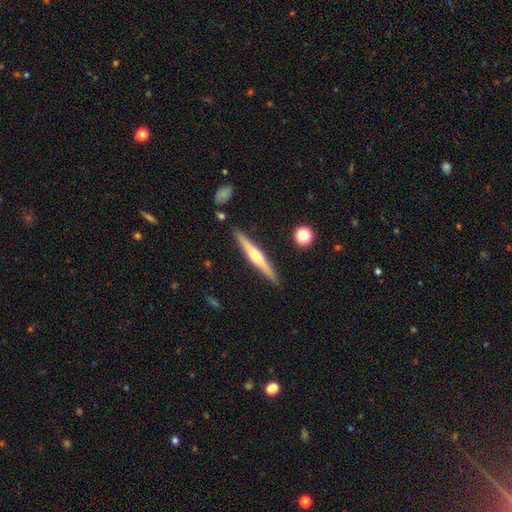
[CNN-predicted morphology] A featured or disk galaxy (65%) viewed edge-on (98%) with a rounded central bulge (81%).

Vote fractions:
- Smooth or featured? featured or disk: 65% / smooth: 29% / star or artifact: 6%
- Edge-on disk? yes: 98% / no: 2%
- Edge-on bulge? rounded: 81% / boxy: 10% / none: 9%
- Merging? none: 89% / minor disturbance: 7% / merger: 2% / major disturbance: 2%